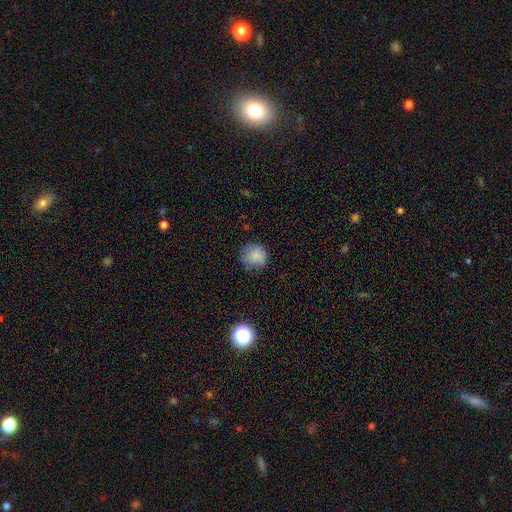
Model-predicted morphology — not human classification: type=smooth (84%); roundness=round (91%); merging=none (75%).